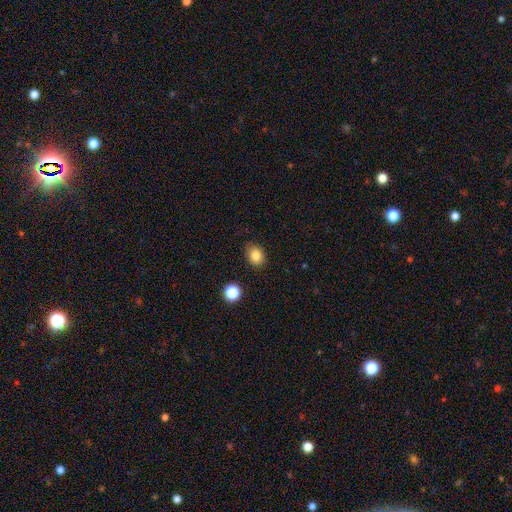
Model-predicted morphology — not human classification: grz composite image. It shows a smooth galaxy with no disk features (83%) that is round (50%). Merging: none (83%).